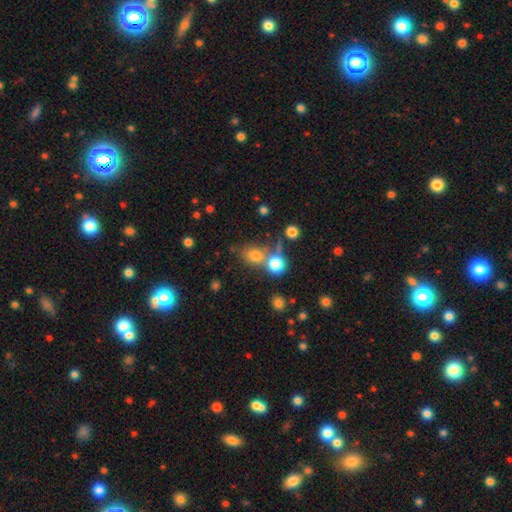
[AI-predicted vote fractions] smooth 75%, star or artifact 16%, featured or disk 9%. Down the decision tree: how rounded — round (57%); merging — none (51%).